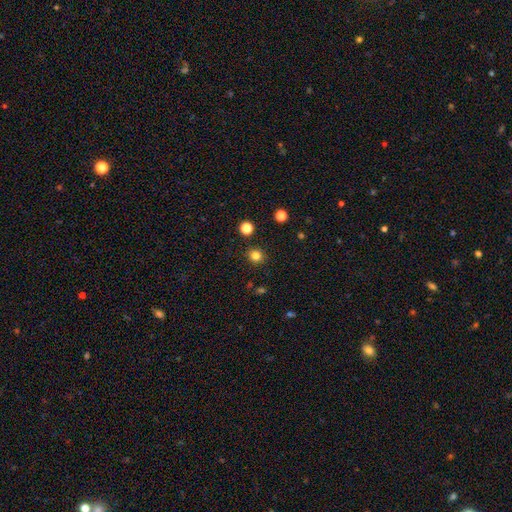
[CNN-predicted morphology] This appears to be a smooth galaxy with no disk features (81%) that is round (90%). Merging: none (90%).